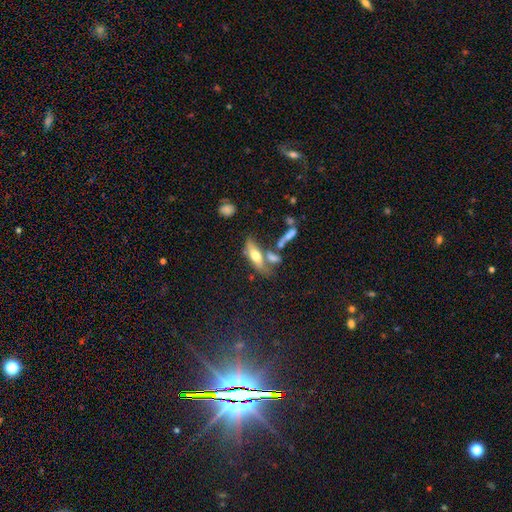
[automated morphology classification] Overall: smooth (53%; featured or disk 38%). How rounded: in between (55%; cigar-shaped 42%). Merging: none (46%; merger 28%).